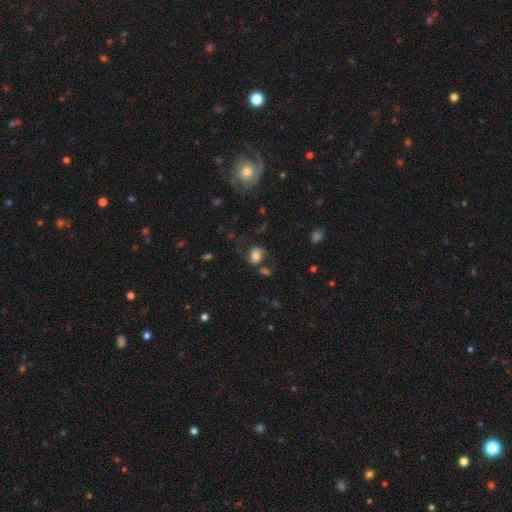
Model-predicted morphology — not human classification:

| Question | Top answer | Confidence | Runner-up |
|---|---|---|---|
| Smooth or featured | smooth | 64% | featured or disk (25%) |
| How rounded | in between | 55% | round (44%) |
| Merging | none | 55% | minor disturbance (21%) |